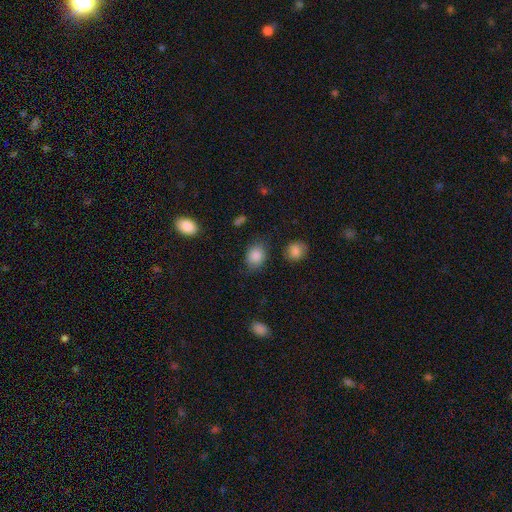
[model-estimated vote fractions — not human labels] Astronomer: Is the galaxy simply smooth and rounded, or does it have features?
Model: smooth — 86%.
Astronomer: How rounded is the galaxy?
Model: in between — 63%.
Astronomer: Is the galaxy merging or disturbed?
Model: none — 72%.